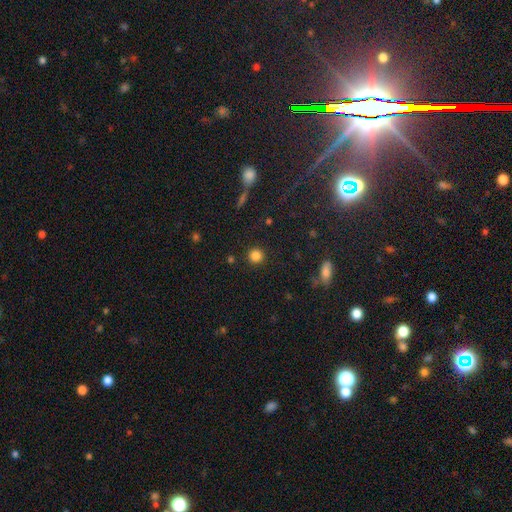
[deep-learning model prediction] smooth_or_featured: smooth (p=0.84) [alt: star or artifact p=0.12]
how_rounded: round (p=0.94) [alt: in between p=0.05]
merging: none (p=0.91) [alt: minor disturbance p=0.05]